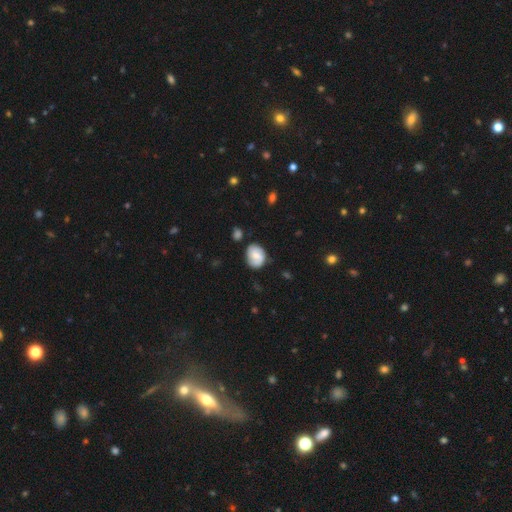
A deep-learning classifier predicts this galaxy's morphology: Smooth or featured: smooth — 52% (featured or disk — 41%)
How rounded: in between — 50% (round — 49%)
Merging: none — 67% (minor disturbance — 24%)